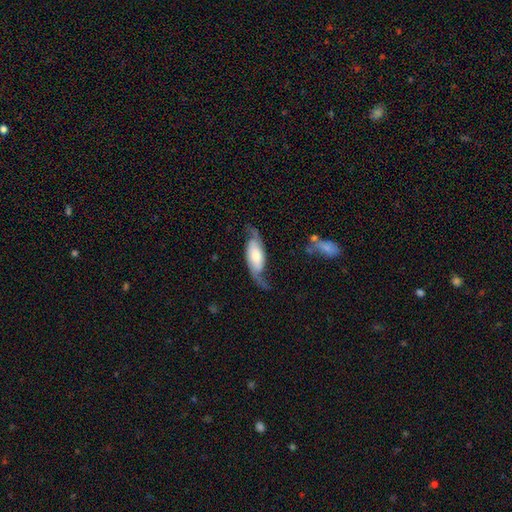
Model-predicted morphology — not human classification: This is likely a featured or disk galaxy (77%). It is clearly not viewed edge-on (89%). Bar: possibly no (47%). Spiral arm pattern: clearly yes (93%). Spiral arm count: clearly 2 (89%). Spiral winding: likely loose (63%). Central bulge: marginally moderate (44%). Merging: likely none (61%).